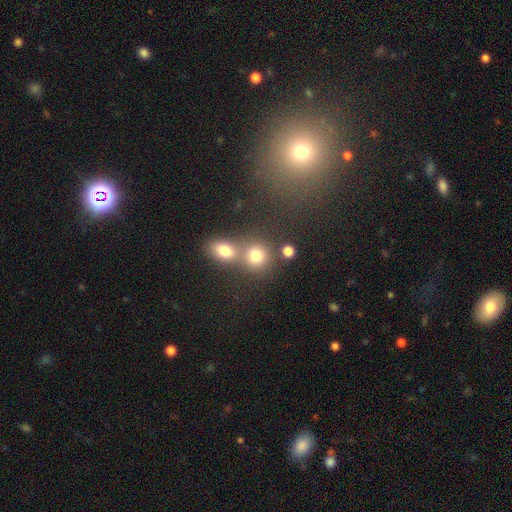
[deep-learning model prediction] Smooth or featured: smooth — 78% (star or artifact — 14%)
How rounded: round — 82% (in between — 16%)
Merging: none — 52% (merger — 37%)